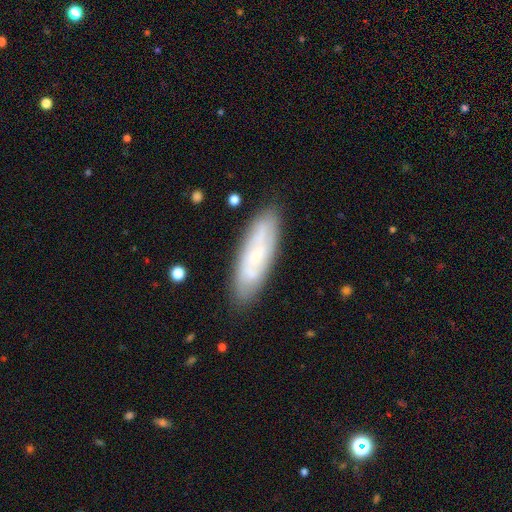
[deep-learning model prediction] Overall: featured or disk (52%; smooth 41%). Edge-on disk: no (76%). Merging: none (82%).